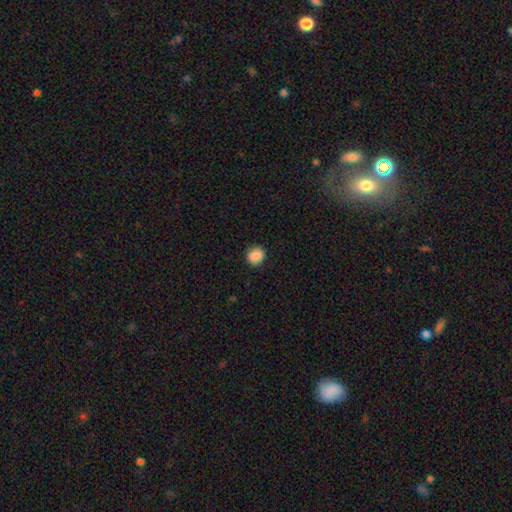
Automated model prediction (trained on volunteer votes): Smooth or featured: smooth — 88% (star or artifact — 9%)
How rounded: round — 75% (in between — 24%)
Merging: none — 86% (minor disturbance — 10%)